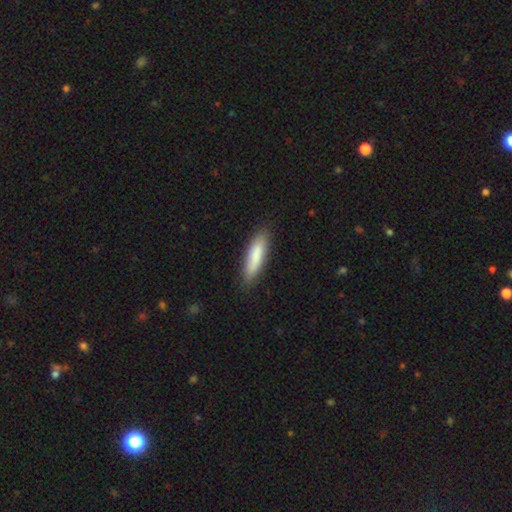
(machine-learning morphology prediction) Smooth or featured: smooth — 83% (featured or disk — 11%)
How rounded: cigar-shaped — 71% (in between — 28%)
Merging: none — 85% (minor disturbance — 11%)